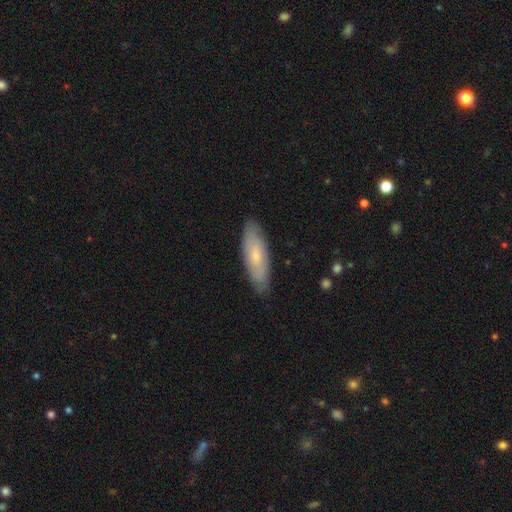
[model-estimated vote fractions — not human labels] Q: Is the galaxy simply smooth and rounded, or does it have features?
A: smooth — 60%.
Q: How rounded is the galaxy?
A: in between — 49%, tied with cigar-shaped.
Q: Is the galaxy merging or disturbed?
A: none — 84%.